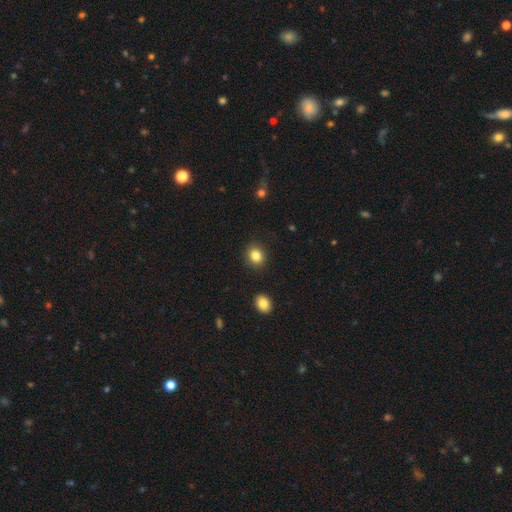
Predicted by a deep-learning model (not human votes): Morphology: type=smooth (84%); roundness=round (70%); merging=none (90%).